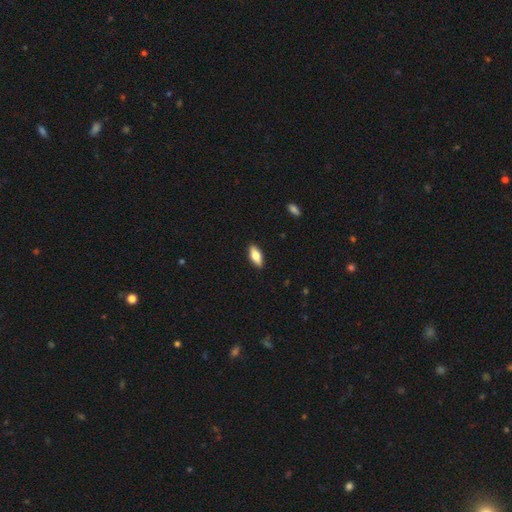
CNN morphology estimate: type=smooth (72%); roundness=in between (80%); merging=none (89%).